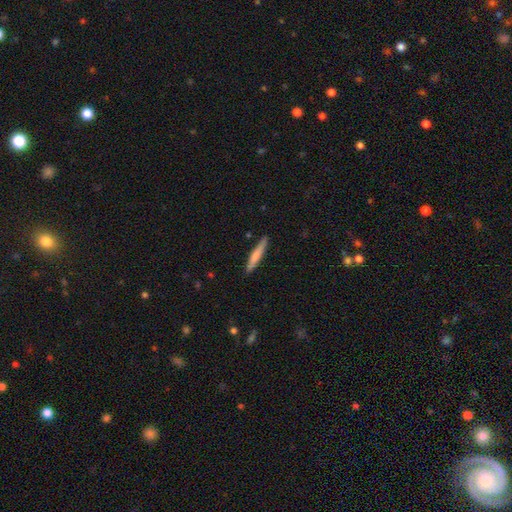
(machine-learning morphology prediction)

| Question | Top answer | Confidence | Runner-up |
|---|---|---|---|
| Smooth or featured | smooth | 69% | featured or disk (26%) |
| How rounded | cigar-shaped | 94% | in between (5%) |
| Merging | none | 88% | minor disturbance (9%) |